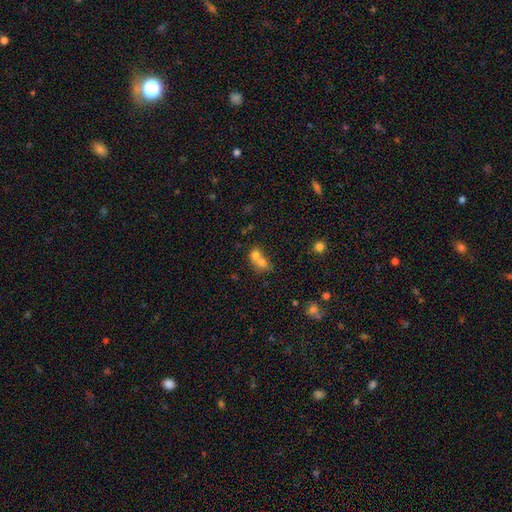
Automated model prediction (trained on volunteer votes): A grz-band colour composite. It shows a smooth galaxy with no disk features (70%) that is round (62%). Merging: merger (71%).